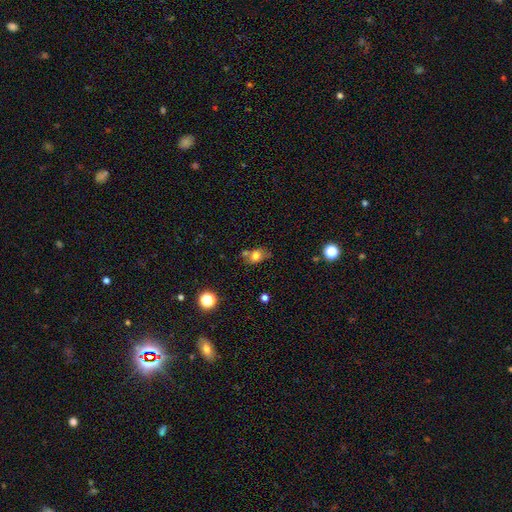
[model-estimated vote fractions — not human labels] Smooth or featured? Predicted: smooth (p=0.74). How rounded? Predicted: in between (p=0.61). Merging? Predicted: none (p=0.51).